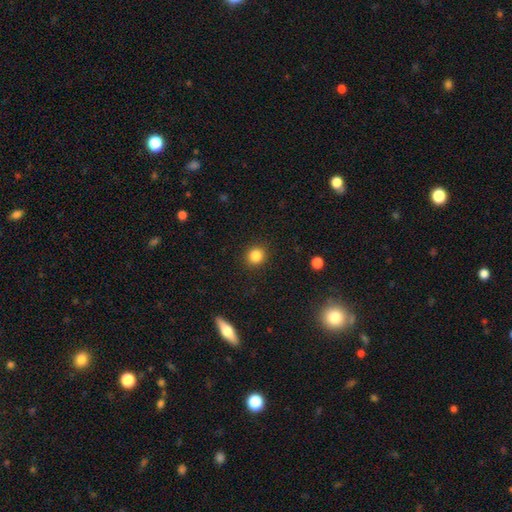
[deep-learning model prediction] Overall: smooth (86%). How rounded: round (86%). Merging: none (90%).